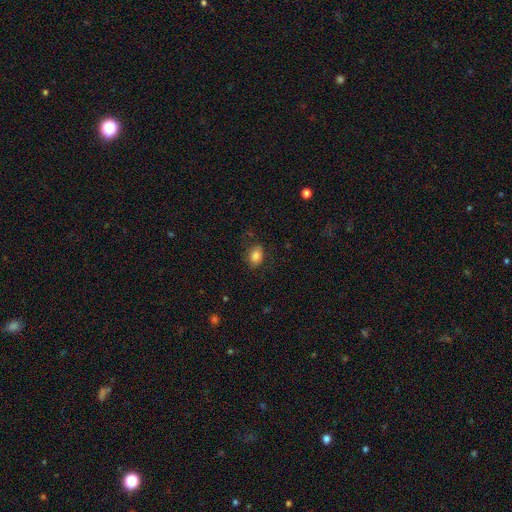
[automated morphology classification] Smooth or featured? Predicted: smooth (p=0.84). How rounded? Predicted: in between (p=0.75). Merging? Predicted: none (p=0.79).